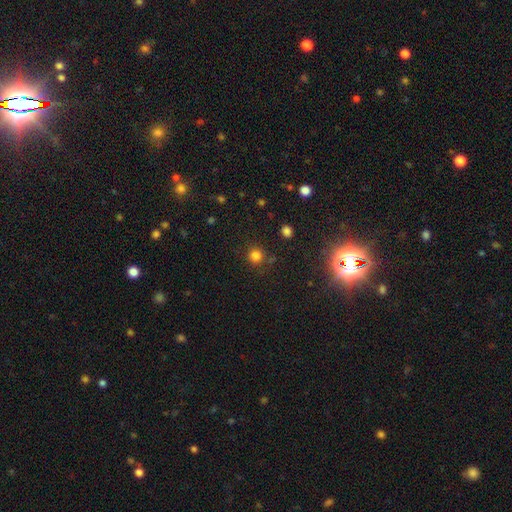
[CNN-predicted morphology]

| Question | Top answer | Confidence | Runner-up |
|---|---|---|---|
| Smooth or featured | smooth | 80% | star or artifact (16%) |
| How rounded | round | 93% | in between (6%) |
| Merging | none | 83% | minor disturbance (9%) |